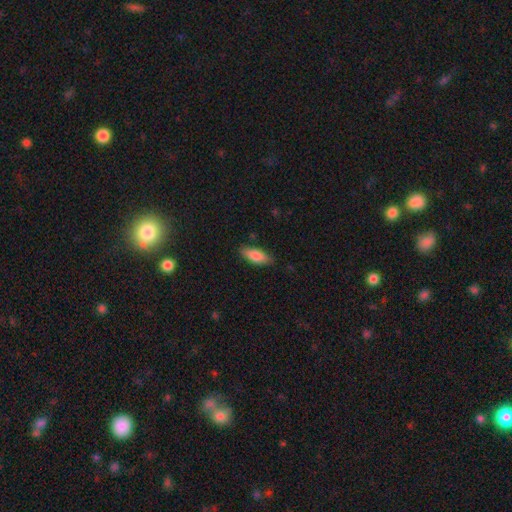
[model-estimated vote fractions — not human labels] Smooth or featured? Predicted: smooth (p=0.82). How rounded? Predicted: in between (p=0.72). Merging? Predicted: none (p=0.83).